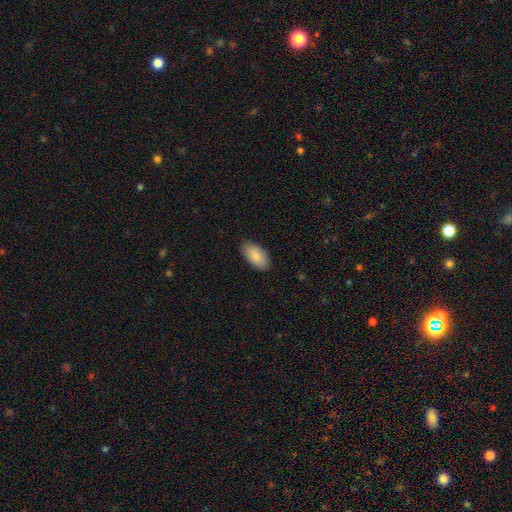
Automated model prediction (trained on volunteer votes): Overall: smooth (88%). How rounded: in between (95%). Merging: none (88%).